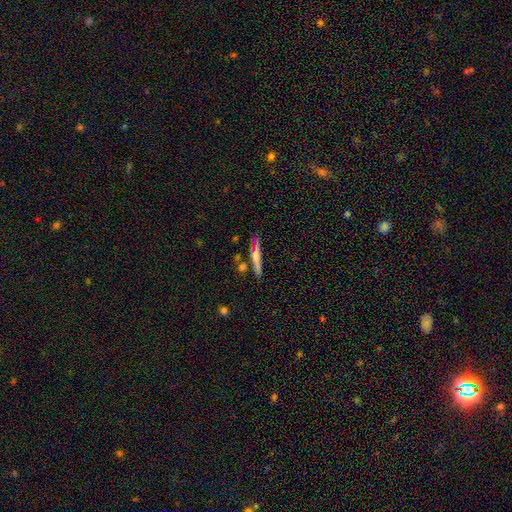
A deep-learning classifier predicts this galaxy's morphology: smooth_or_featured: smooth (p=0.56) [alt: featured or disk p=0.37]
how_rounded: cigar-shaped (p=0.92) [alt: in between p=0.06]
merging: none (p=0.77) [alt: minor disturbance p=0.14]